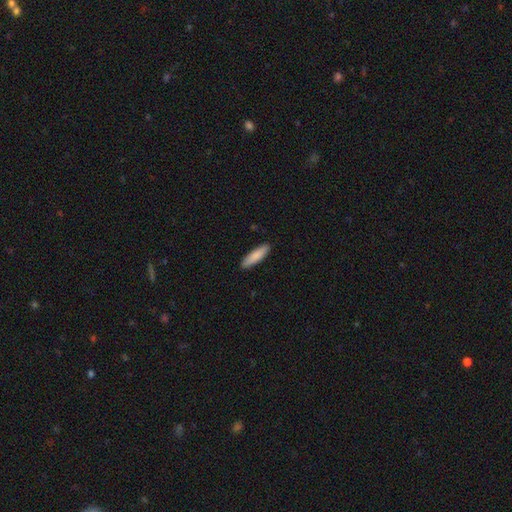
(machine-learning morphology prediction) The model was most divided on "how rounded": cigar-shaped: 66%, in between: 33%, round: 1%. More confident: merging — none (90%); smooth or featured — smooth (86%).